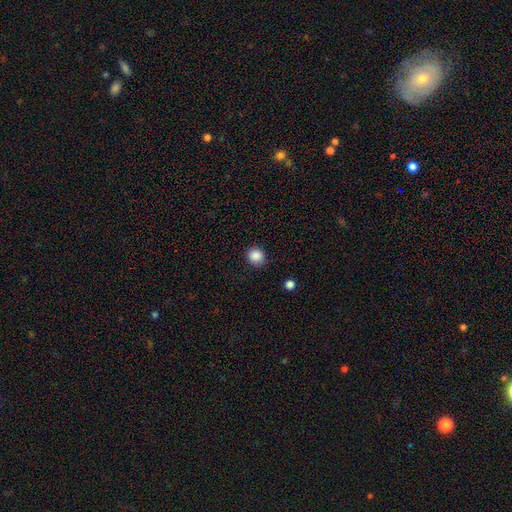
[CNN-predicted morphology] Smooth or featured? Predicted: smooth (p=0.87). How rounded? Predicted: round (p=0.86). Merging? Predicted: none (p=0.87).